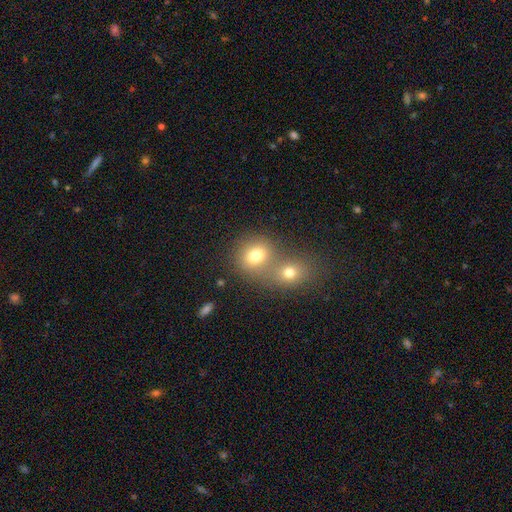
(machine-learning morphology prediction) Smooth or featured?
  - smooth: 76% *
  - star or artifact: 13%
  - featured or disk: 11%
How rounded?
  - round: 67% *
  - in between: 32%
  - cigar-shaped: 1%
Merging?
  - merger: 53% *
  - none: 36%
  - minor disturbance: 7%
  - major disturbance: 4%